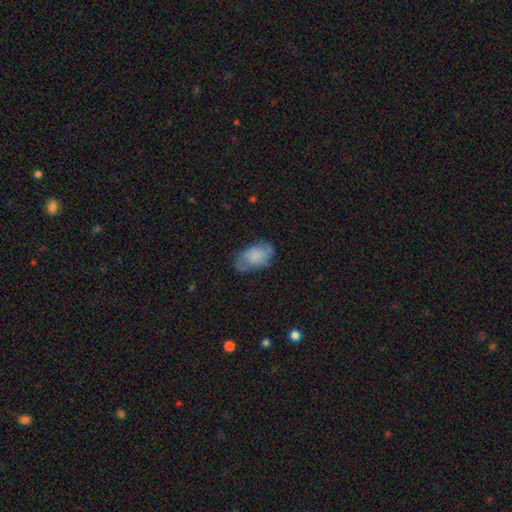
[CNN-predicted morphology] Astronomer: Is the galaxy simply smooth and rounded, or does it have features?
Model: smooth — 70%.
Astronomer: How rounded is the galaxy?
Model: in between — 92%.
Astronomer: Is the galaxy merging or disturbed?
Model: none — 61%.